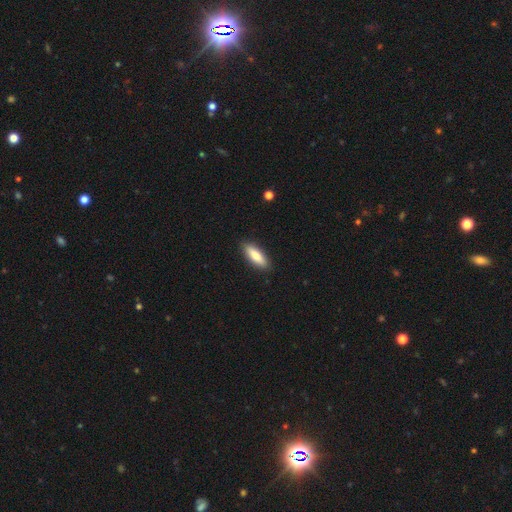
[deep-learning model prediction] A smooth galaxy with no disk features (81%) that is in between round and cigar-shaped (53%). Merging: none (90%).